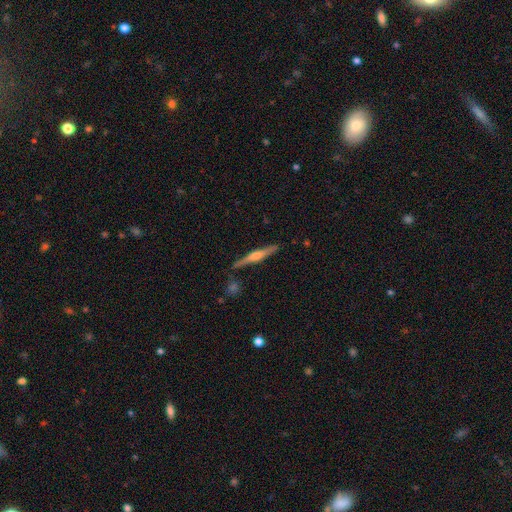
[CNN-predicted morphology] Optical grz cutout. It shows a featured or disk galaxy (64%) viewed edge-on (97%) with a rounded central bulge (68%). Merging: none (85%).